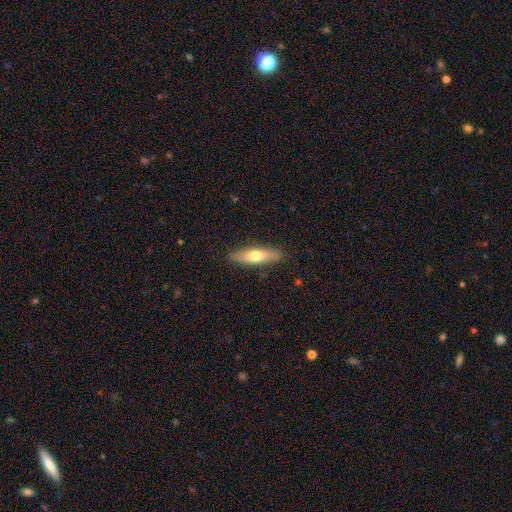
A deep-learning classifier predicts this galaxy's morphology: A smooth galaxy with no disk features (61%) that is cigar-shaped (59%).

Vote fractions:
- Smooth or featured? smooth: 61% / featured or disk: 33% / star or artifact: 6%
- How rounded? cigar-shaped: 59% / in between: 39% / round: 2%
- Merging? none: 87% / minor disturbance: 10% / major disturbance: 2% / merger: 1%